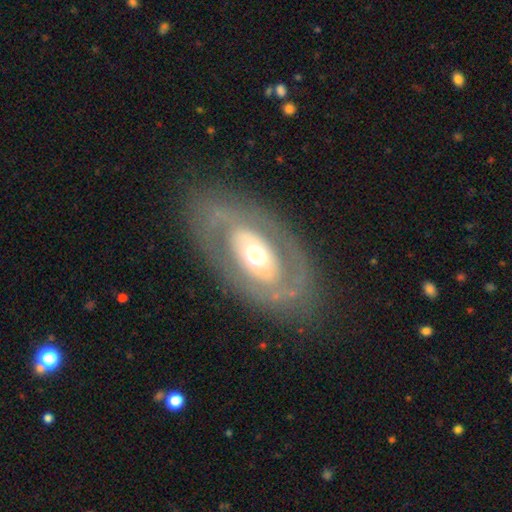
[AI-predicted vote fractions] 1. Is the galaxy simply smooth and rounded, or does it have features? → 67% featured or disk, 27% smooth, 6% star or artifact.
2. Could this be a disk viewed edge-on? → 91% no, 9% yes.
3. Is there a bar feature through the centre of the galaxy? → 77% no, 15% weak, 8% strong.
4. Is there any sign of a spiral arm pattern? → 73% no, 27% yes.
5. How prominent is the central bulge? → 62% moderate, 24% large, 11% small, 3% dominant, 1% none.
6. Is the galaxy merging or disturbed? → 77% none, 13% minor disturbance, 9% major disturbance, 1% merger.